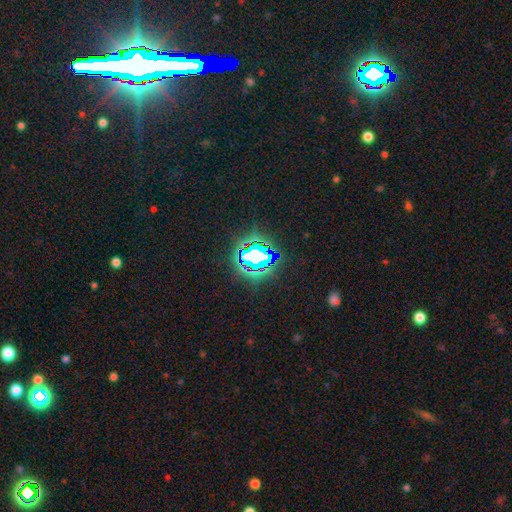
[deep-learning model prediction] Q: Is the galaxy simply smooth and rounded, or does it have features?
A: star or artifact — 71%.